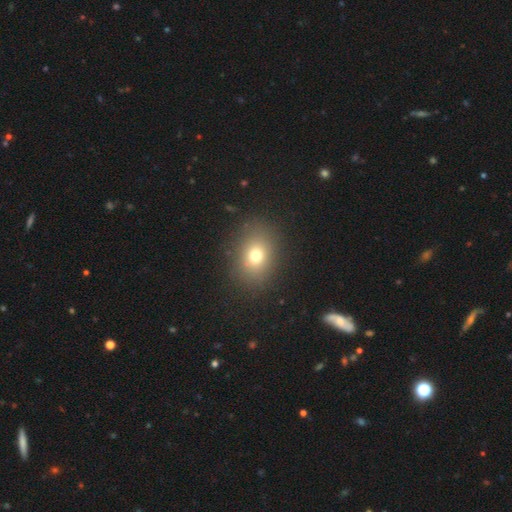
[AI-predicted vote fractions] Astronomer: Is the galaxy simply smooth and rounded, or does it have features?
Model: smooth — 74%.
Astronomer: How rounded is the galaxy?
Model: in between — 58% (runner-up: round, 41%).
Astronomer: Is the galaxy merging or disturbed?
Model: none — 86%.